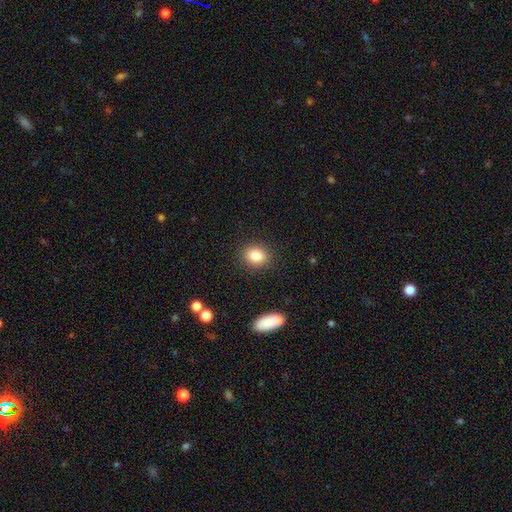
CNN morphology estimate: Overall: smooth (83%). How rounded: round (60%; in between 39%). Merging: none (88%).